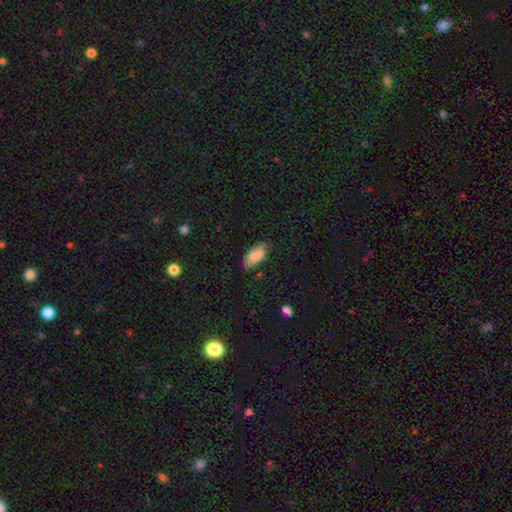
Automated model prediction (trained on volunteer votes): smooth-or-featured: smooth: 83% | featured or disk: 10% | star or artifact: 7%
  how-rounded: in between: 91% | cigar-shaped: 7% | round: 2%
  merging: none: 72% | minor disturbance: 22% | major disturbance: 4% | merger: 1%